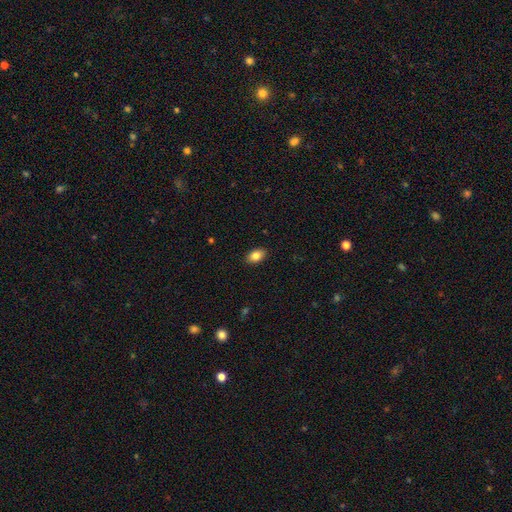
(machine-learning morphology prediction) A smooth galaxy with no disk features (86%) that is in between round and cigar-shaped (89%).

Vote fractions:
- Smooth or featured? smooth: 86% / star or artifact: 8% / featured or disk: 6%
- How rounded? in between: 89% / round: 10% / cigar-shaped: 2%
- Merging? none: 89% / minor disturbance: 8% / major disturbance: 2% / merger: 1%